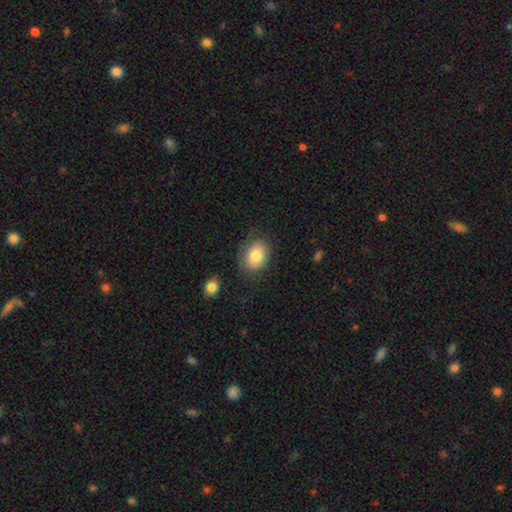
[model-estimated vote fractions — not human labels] smooth_or_featured: smooth (p=0.82) [alt: featured or disk p=0.11]
how_rounded: in between (p=0.69) [alt: round p=0.30]
merging: none (p=0.77) [alt: minor disturbance p=0.15]